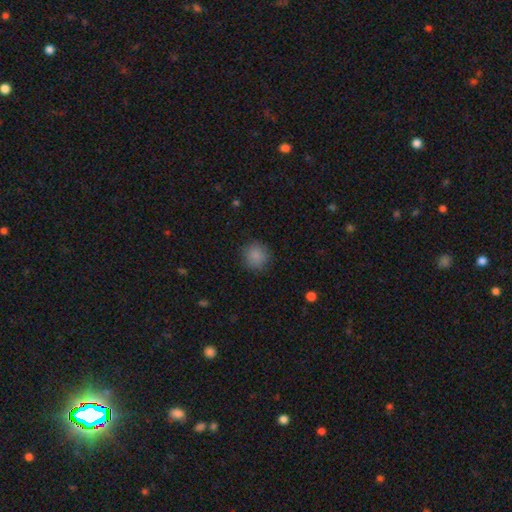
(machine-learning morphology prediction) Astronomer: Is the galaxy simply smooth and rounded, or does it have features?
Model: smooth — 86%.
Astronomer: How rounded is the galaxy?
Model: round — 90%.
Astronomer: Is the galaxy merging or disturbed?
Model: none — 87%.